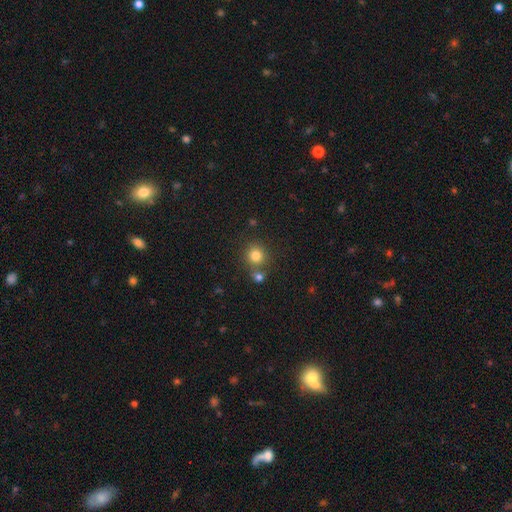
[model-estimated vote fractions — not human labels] smooth_or_featured: smooth (p=0.80) [alt: star or artifact p=0.13]
how_rounded: round (p=0.89) [alt: in between p=0.10]
merging: none (p=0.65) [alt: merger p=0.23]